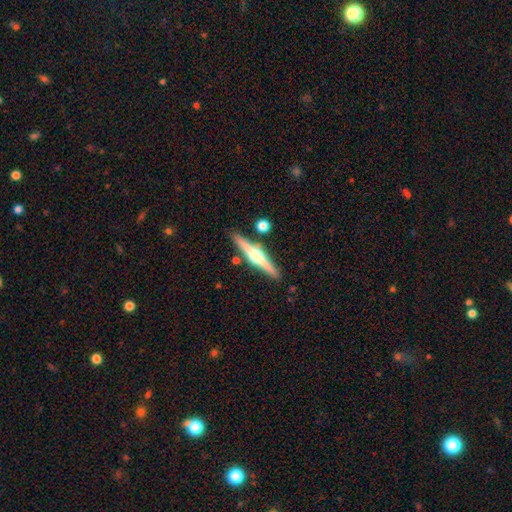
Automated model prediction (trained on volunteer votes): This appears to be a featured or disk galaxy (75%) viewed edge-on (98%) with a rounded central bulge (95%). Merging: none (86%).